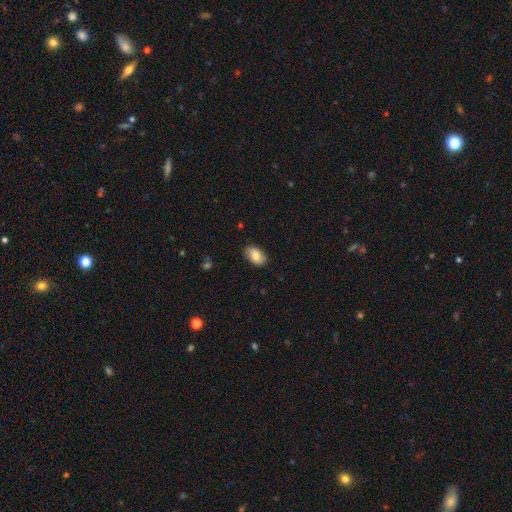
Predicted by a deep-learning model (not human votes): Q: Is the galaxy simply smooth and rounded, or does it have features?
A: smooth — 75%.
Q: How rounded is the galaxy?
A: in between — 91%.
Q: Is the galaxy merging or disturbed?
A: none — 82%.